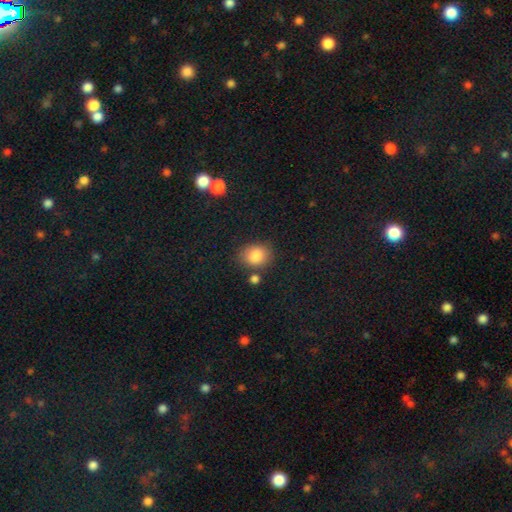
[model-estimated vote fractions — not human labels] A smooth galaxy with no disk features (85%) that is round (59%).

Vote fractions:
- Smooth or featured? smooth: 85% / star or artifact: 9% / featured or disk: 6%
- How rounded? round: 59% / in between: 40% / cigar-shaped: 1%
- Merging? none: 75% / minor disturbance: 13% / merger: 8% / major disturbance: 4%